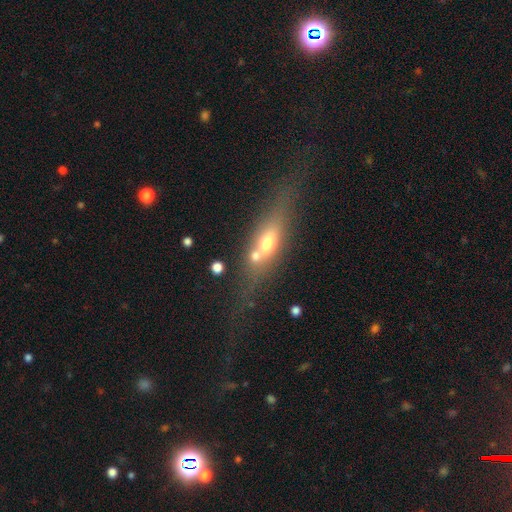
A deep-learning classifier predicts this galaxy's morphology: This appears to be a smooth galaxy with no disk features (55%) that is in between round and cigar-shaped (50%). Merging: none (39%).